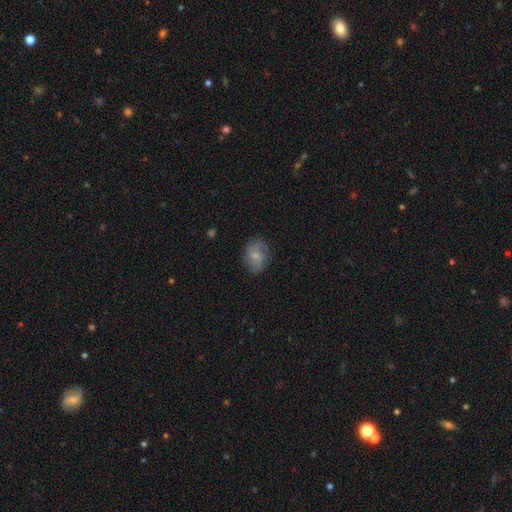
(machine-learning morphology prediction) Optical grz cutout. It shows a smooth galaxy with no disk features (48%). Merging: none (69%).